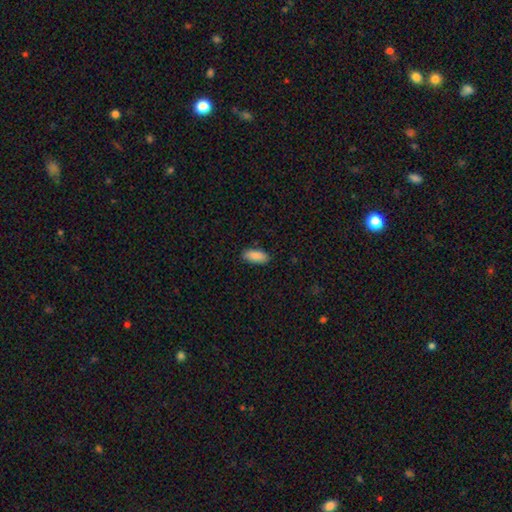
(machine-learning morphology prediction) Smooth or featured: smooth — 89% (star or artifact — 6%)
How rounded: in between — 88% (cigar-shaped — 10%)
Merging: none — 88% (minor disturbance — 9%)